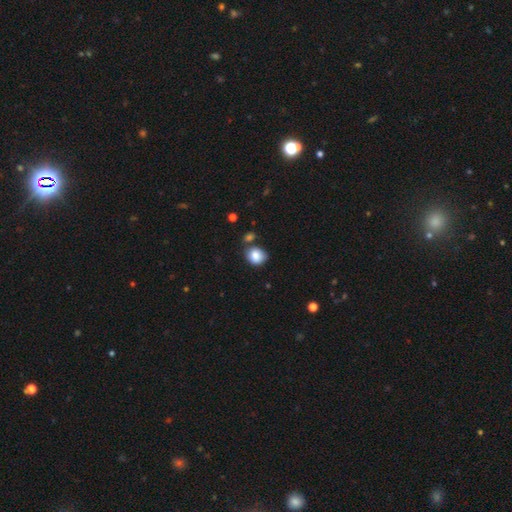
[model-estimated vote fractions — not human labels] smooth_or_featured: smooth (p=0.86) [alt: star or artifact p=0.08]
how_rounded: round (p=0.61) [alt: in between p=0.38]
merging: none (p=0.63) [alt: minor disturbance p=0.18]